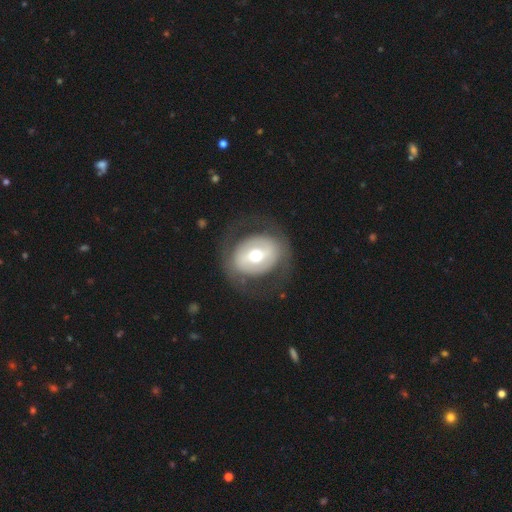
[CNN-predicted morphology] Overall: featured or disk (61%; smooth 33%). Edge-on disk: no (95%). Bar: no (36%; strong 33%). Spiral arms: no (67%; yes 33%). Bulge size: moderate (66%). Merging: none (74%).